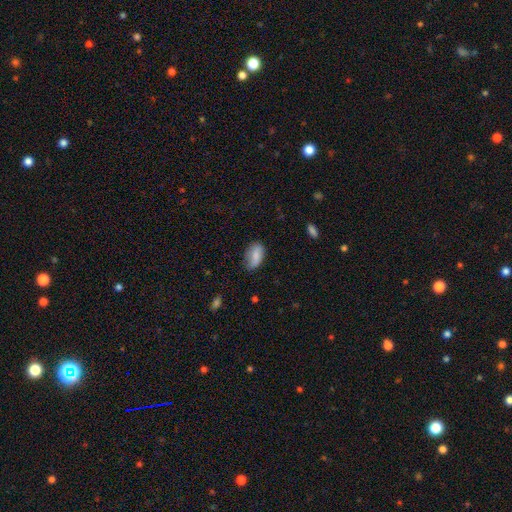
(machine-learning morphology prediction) A smooth galaxy with no disk features (79%) that is in between round and cigar-shaped (92%).

Vote fractions:
- Smooth or featured? smooth: 79% / featured or disk: 14% / star or artifact: 7%
- How rounded? in between: 92% / round: 4% / cigar-shaped: 4%
- Merging? none: 66% / minor disturbance: 26% / major disturbance: 6% / merger: 2%